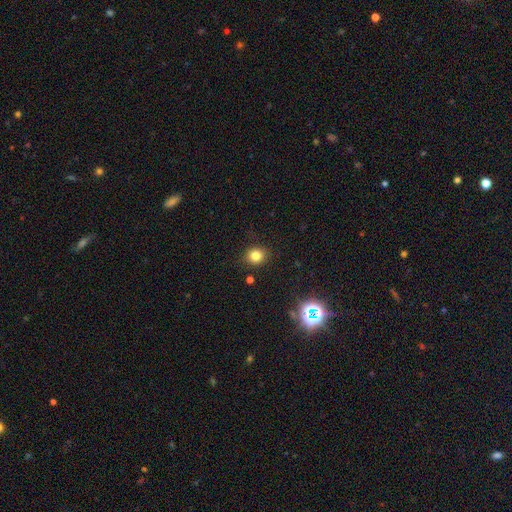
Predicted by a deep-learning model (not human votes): This is likely a smooth galaxy (80%). How rounded: clearly round (80%). Merging: clearly none (88%).